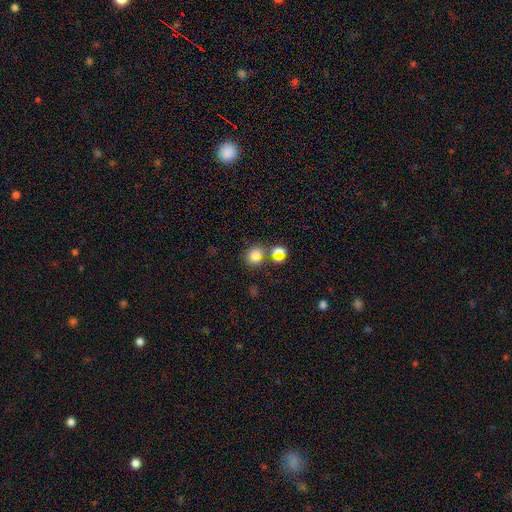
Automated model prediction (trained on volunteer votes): smooth 79%, star or artifact 12%, featured or disk 9%. Down the decision tree: how rounded — round (73%); merging — none (53%).